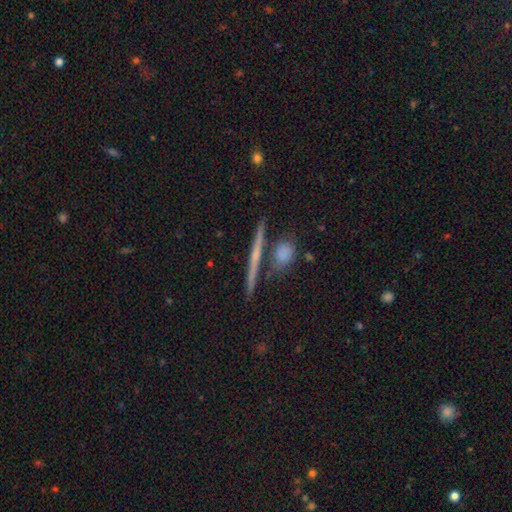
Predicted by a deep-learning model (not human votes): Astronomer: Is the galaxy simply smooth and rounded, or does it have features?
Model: featured or disk — 57% (runner-up: smooth, 33%).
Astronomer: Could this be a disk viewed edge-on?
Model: yes — 96%.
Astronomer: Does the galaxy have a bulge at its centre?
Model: none — 64%.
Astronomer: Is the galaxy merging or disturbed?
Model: none — 81%.